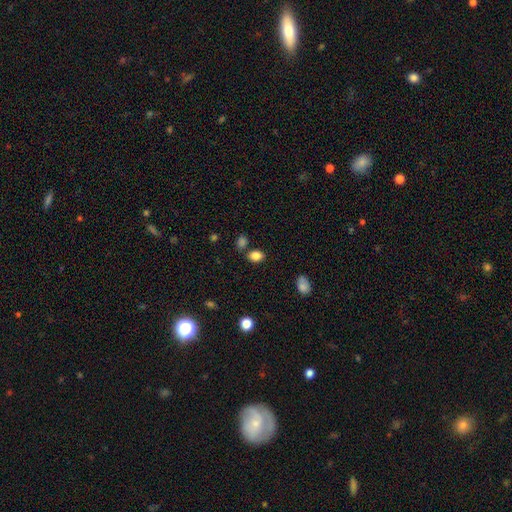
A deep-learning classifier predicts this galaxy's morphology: Smooth or featured? Predicted: smooth (p=0.84). How rounded? Predicted: in between (p=0.73). Merging? Predicted: none (p=0.73).